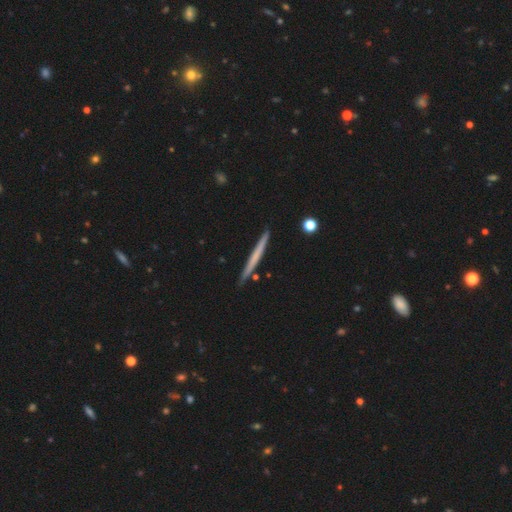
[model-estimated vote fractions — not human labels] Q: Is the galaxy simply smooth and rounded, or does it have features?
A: smooth — 49%.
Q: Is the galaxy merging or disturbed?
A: none — 89%.